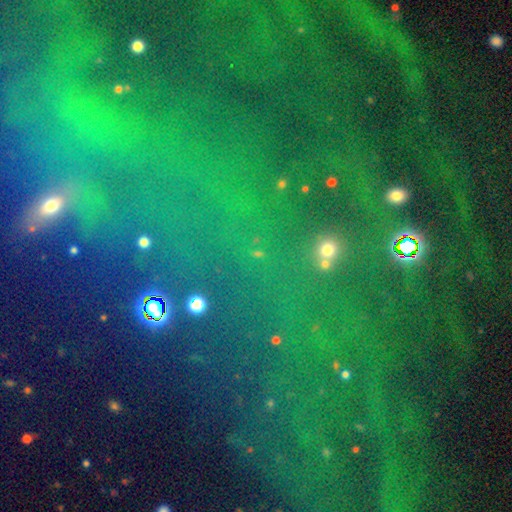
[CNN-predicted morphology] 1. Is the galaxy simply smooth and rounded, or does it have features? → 75% star or artifact, 13% smooth, 12% featured or disk.